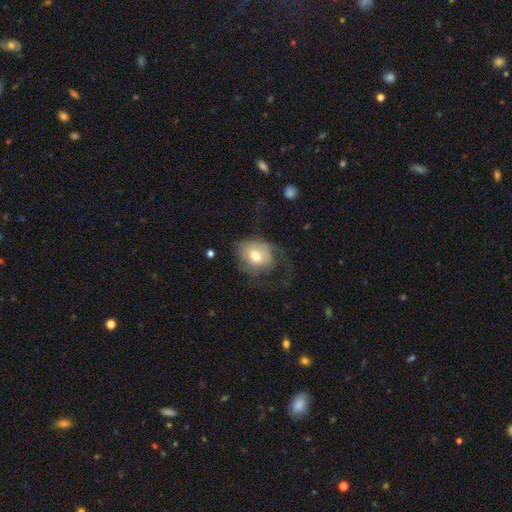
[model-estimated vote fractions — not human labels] This is possibly a smooth galaxy (56%). How rounded: possibly in between (53%). Merging: marginally major disturbance (40%).